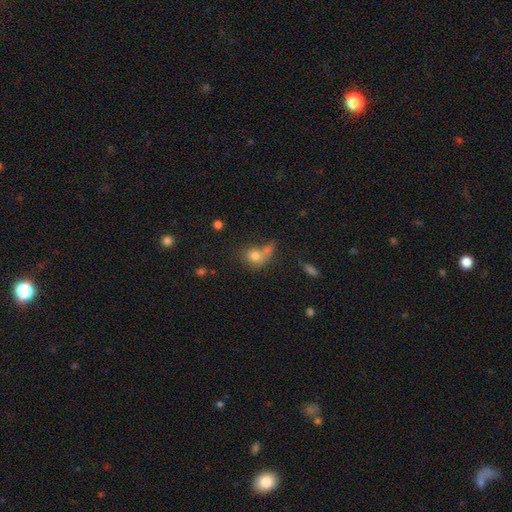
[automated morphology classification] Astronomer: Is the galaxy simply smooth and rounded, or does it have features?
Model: smooth — 75%.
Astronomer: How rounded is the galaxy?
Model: round — 58% (runner-up: in between, 40%).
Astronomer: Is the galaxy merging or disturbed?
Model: none — 37% (runner-up: merger, 36%).